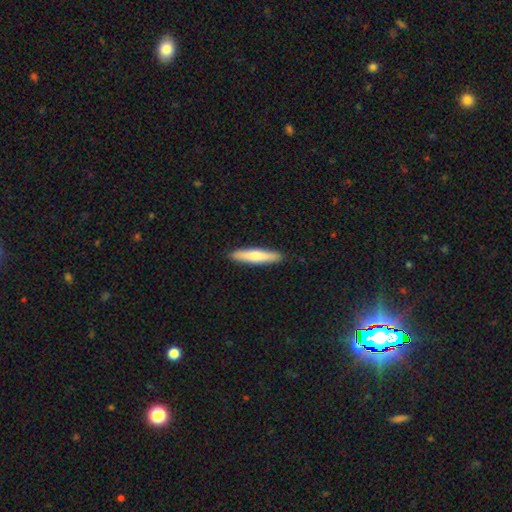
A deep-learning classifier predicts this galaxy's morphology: Smooth or featured: smooth — 68% (featured or disk — 27%)
How rounded: cigar-shaped — 88% (in between — 11%)
Merging: none — 91% (minor disturbance — 7%)